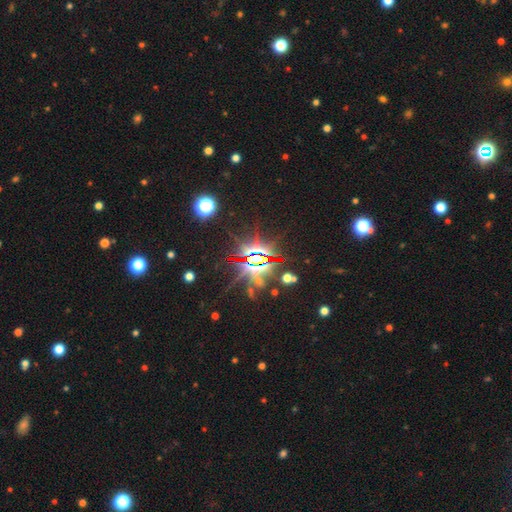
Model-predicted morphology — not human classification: Overall: star or artifact (82%).